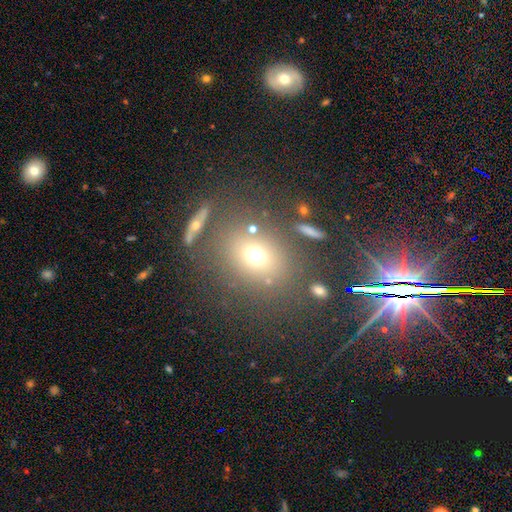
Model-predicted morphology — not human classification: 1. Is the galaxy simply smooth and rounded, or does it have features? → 67% smooth, 19% star or artifact, 14% featured or disk.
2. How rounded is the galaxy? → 62% round, 36% in between, 2% cigar-shaped.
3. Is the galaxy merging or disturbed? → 75% none, 11% minor disturbance, 8% merger, 6% major disturbance.